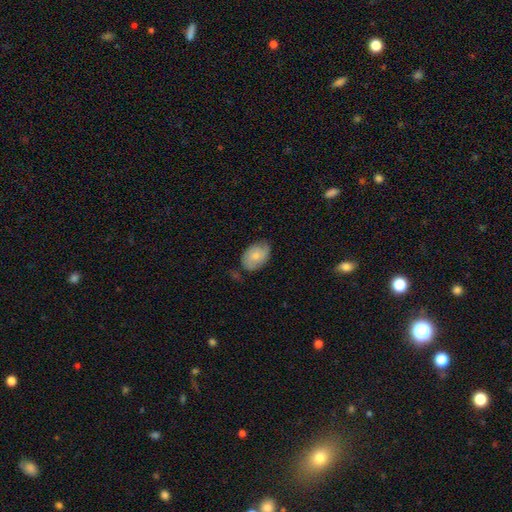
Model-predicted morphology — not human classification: Overall: smooth (65%; featured or disk 29%). How rounded: in between (85%). Merging: none (64%; minor disturbance 27%).